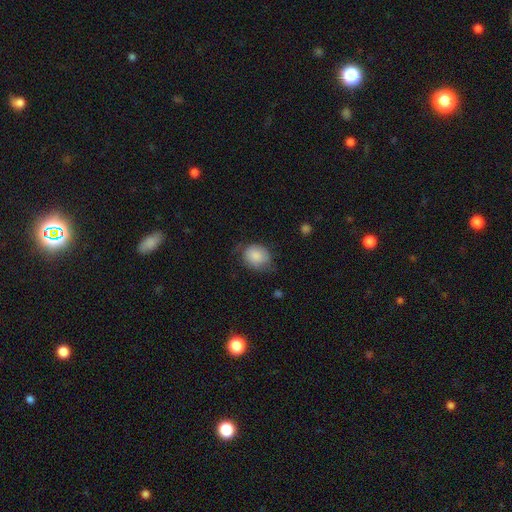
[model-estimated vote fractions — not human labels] smooth_or_featured: smooth (p=0.81) [alt: featured or disk p=0.12]
how_rounded: round (p=0.53) [alt: in between p=0.46]
merging: none (p=0.52) [alt: minor disturbance p=0.35]